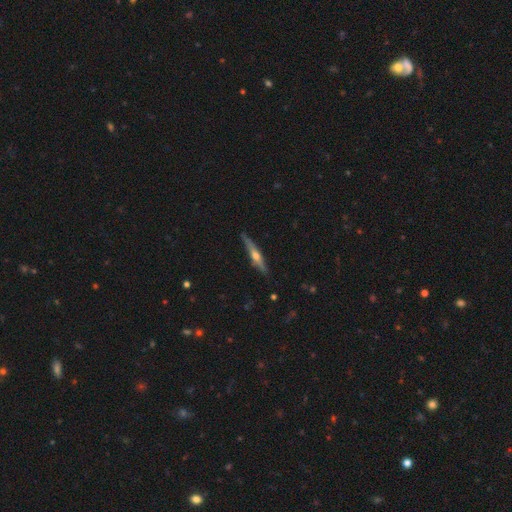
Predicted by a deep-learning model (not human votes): Smooth or featured: featured or disk — 70% (smooth — 24%)
Edge-on disk: yes — 97% (no — 3%)
Edge-on bulge: rounded — 90% (none — 6%)
Merging: none — 86% (minor disturbance — 11%)